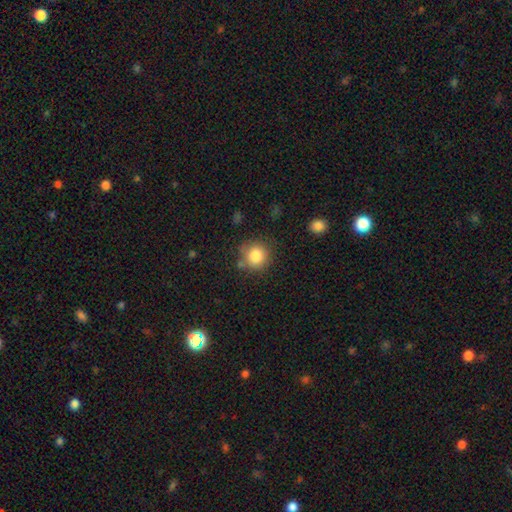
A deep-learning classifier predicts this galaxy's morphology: This appears to be a smooth galaxy with no disk features (84%) that is round (90%). Merging: none (75%).